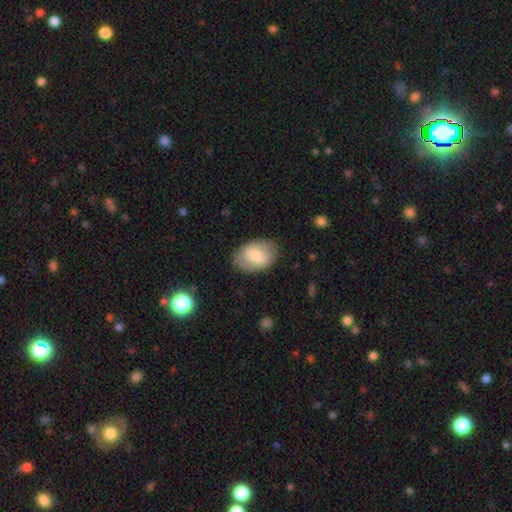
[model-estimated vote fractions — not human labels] Smooth or featured?
  - smooth: 69% *
  - featured or disk: 24%
  - star or artifact: 7%
How rounded?
  - in between: 84% *
  - round: 15%
  - cigar-shaped: 1%
Merging?
  - none: 81% *
  - minor disturbance: 14%
  - major disturbance: 4%
  - merger: 1%